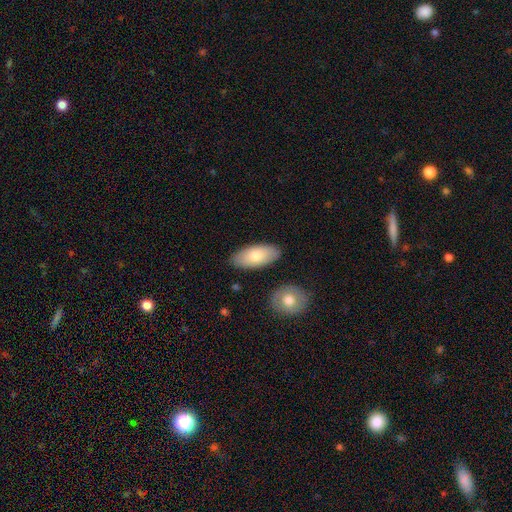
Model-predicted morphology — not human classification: Smooth or featured? smooth (77%)
How rounded? in between (92%)
Merging? none (83%)